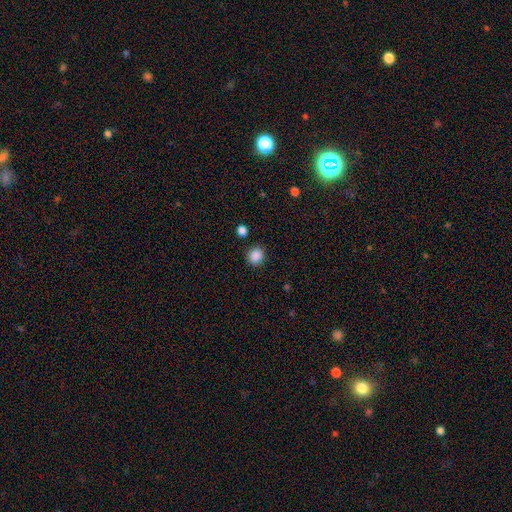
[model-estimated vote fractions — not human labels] smooth 87%, star or artifact 10%, featured or disk 3%. Down the decision tree: how rounded — round (85%); merging — none (88%).